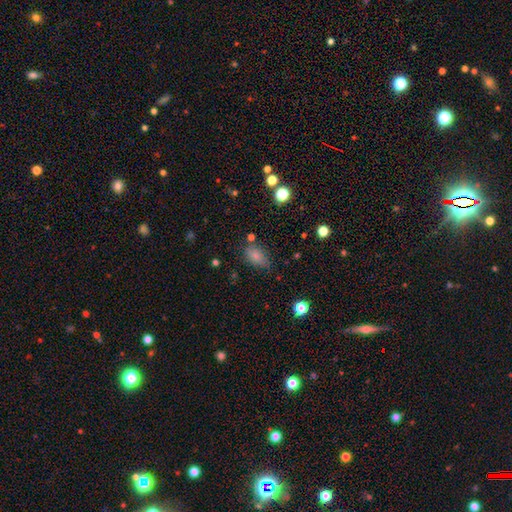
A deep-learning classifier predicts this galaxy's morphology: Smooth or featured: smooth — 80% (star or artifact — 12%)
How rounded: in between — 86% (round — 11%)
Merging: none — 68% (minor disturbance — 21%)